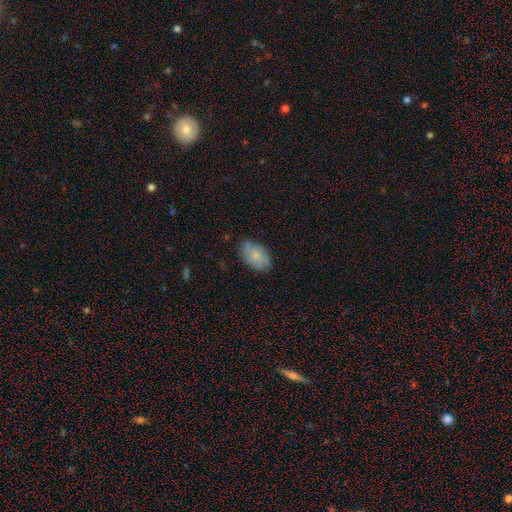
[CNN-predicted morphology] Smooth or featured: smooth — 75% (featured or disk — 18%)
How rounded: in between — 91% (round — 8%)
Merging: none — 75% (minor disturbance — 20%)